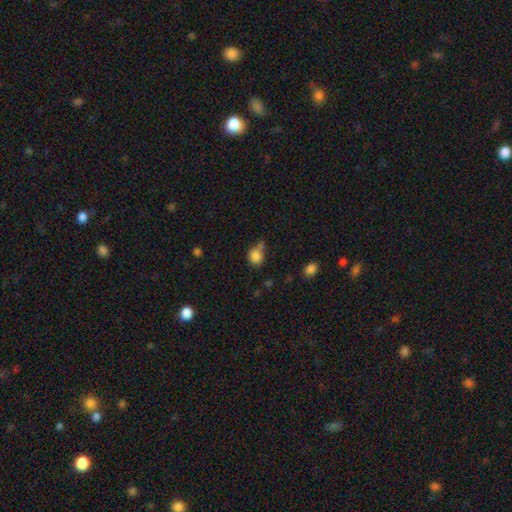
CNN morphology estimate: smooth_or_featured: smooth (p=0.83) [alt: star or artifact p=0.11]
how_rounded: round (p=0.66) [alt: in between p=0.33]
merging: none (p=0.44) [alt: minor disturbance p=0.27]